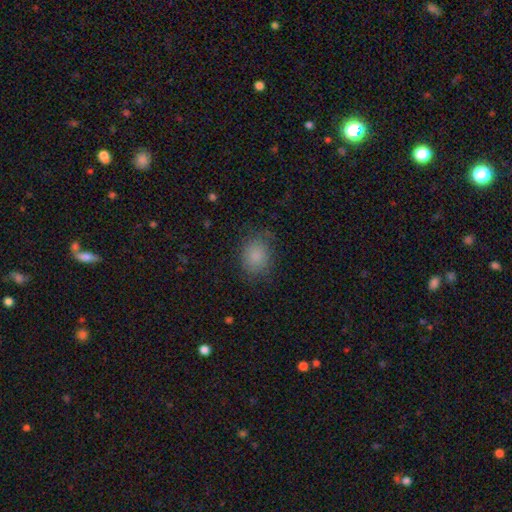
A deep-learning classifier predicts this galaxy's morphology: smooth_or_featured: smooth (p=0.84) [alt: star or artifact p=0.09]
how_rounded: round (p=0.54) [alt: in between p=0.45]
merging: none (p=0.74) [alt: minor disturbance p=0.19]